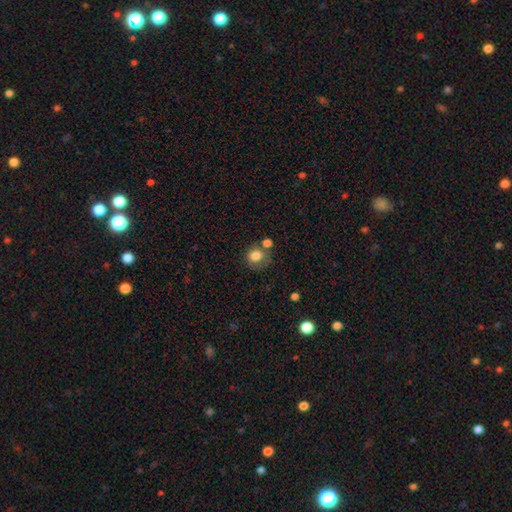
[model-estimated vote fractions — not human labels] smooth-or-featured: smooth: 80% | star or artifact: 10% | featured or disk: 10%
  how-rounded: round: 78% | in between: 21% | cigar-shaped: 1%
  merging: none: 55% | merger: 19% | minor disturbance: 17% | major disturbance: 8%